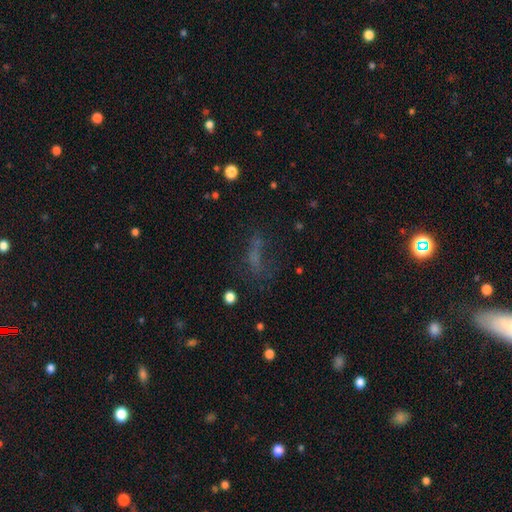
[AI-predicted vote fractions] Q: Smooth or featured?
A: smooth (44%); runner-up: star or artifact (33%)
Q: Merging?
A: none (46%); runner-up: major disturbance (29%)